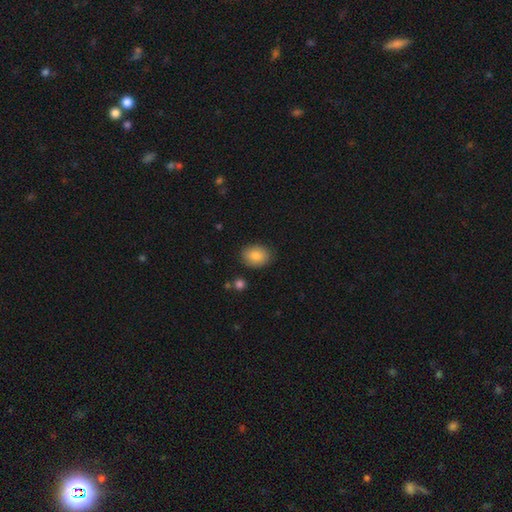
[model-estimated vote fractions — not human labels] smooth-or-featured: smooth: 84% | featured or disk: 8% | star or artifact: 7%
  how-rounded: in between: 62% | round: 37% | cigar-shaped: 1%
  merging: none: 85% | minor disturbance: 11% | major disturbance: 3% | merger: 2%